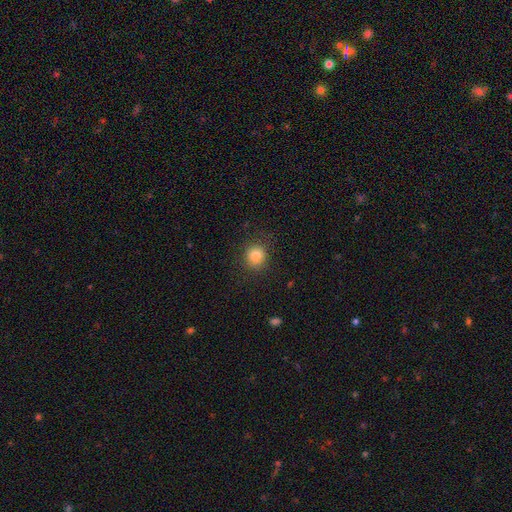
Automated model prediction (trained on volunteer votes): Smooth or featured?
  - smooth: 82% *
  - star or artifact: 11%
  - featured or disk: 6%
How rounded?
  - round: 88% *
  - in between: 11%
  - cigar-shaped: 1%
Merging?
  - none: 87% *
  - minor disturbance: 9%
  - major disturbance: 3%
  - merger: 1%